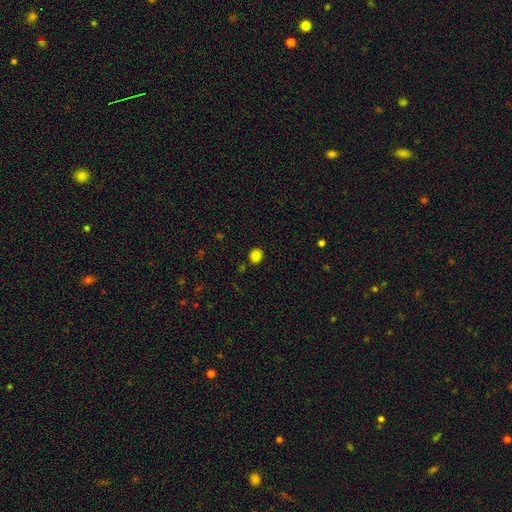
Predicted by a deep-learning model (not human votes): Overall: smooth (83%). How rounded: round (71%). Merging: none (87%).